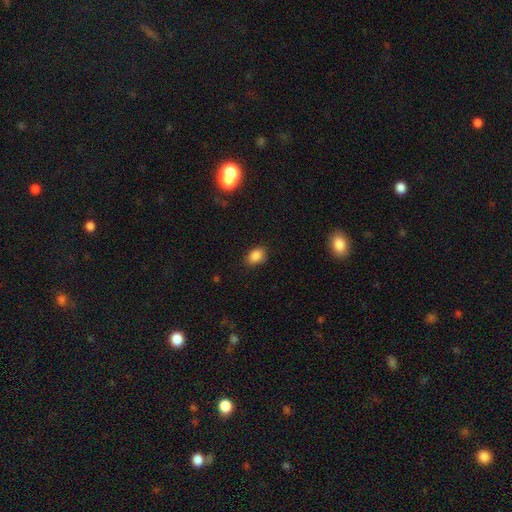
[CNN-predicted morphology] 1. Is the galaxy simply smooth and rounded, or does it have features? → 86% smooth, 10% star or artifact, 4% featured or disk.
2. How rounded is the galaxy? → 77% in between, 22% round, 1% cigar-shaped.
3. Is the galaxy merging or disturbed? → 83% none, 13% minor disturbance, 3% major disturbance, 1% merger.